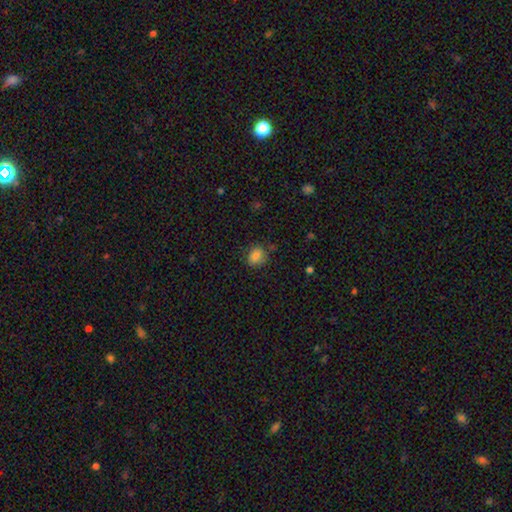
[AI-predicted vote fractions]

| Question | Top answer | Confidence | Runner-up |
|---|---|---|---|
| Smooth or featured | smooth | 85% | star or artifact (11%) |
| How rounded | in between | 56% | round (43%) |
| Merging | none | 75% | minor disturbance (18%) |